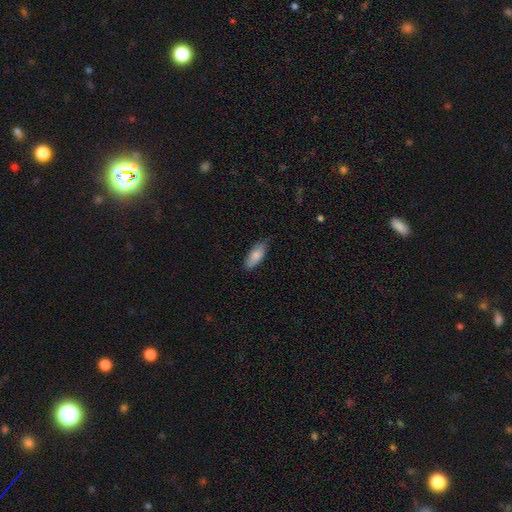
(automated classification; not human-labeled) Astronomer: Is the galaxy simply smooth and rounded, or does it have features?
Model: smooth — 83%.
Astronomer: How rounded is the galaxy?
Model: in between — 74%.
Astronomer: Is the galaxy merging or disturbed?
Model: none — 73%.